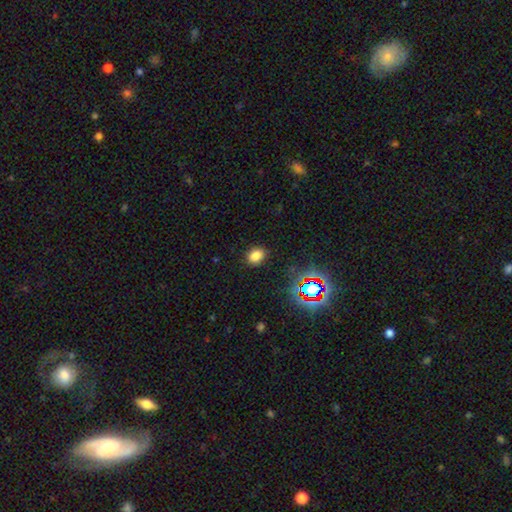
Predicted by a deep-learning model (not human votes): Q: Smooth or featured?
A: smooth (78%); runner-up: star or artifact (16%)
Q: How rounded?
A: in between (67%); runner-up: round (32%)
Q: Merging?
A: none (86%); runner-up: minor disturbance (9%)